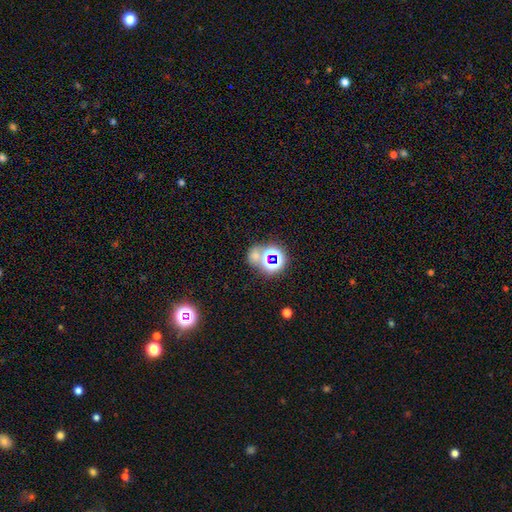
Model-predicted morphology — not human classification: This is possibly a star or artifact rather than a galaxy (51%).